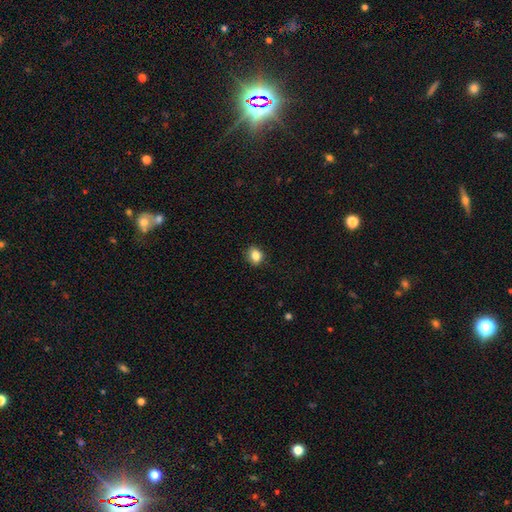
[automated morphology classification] type=smooth (84%); roundness=round (55%); merging=none (84%).